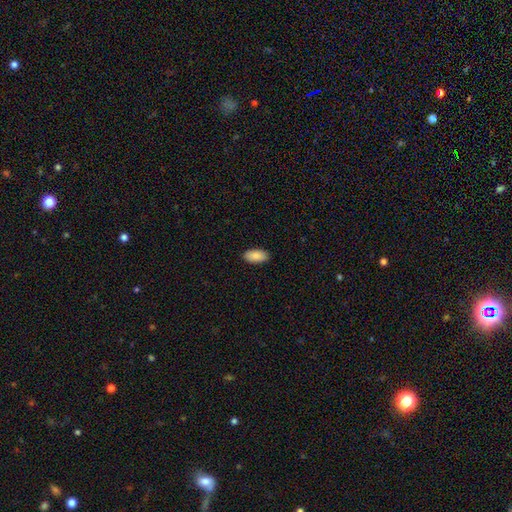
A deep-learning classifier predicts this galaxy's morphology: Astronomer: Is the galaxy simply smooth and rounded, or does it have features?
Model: smooth — 89%.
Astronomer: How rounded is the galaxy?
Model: in between — 94%.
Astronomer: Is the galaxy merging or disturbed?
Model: none — 90%.